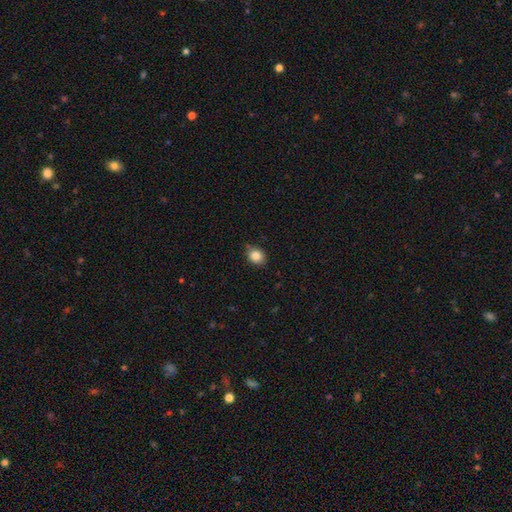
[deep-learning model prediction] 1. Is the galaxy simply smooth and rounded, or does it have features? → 85% smooth, 10% star or artifact, 5% featured or disk.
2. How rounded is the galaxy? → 63% round, 36% in between, 1% cigar-shaped.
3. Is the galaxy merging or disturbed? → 77% none, 18% minor disturbance, 3% major disturbance, 2% merger.